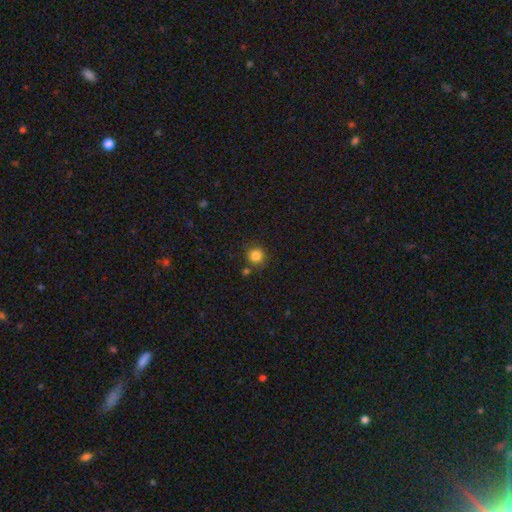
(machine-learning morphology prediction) smooth 84%, star or artifact 12%, featured or disk 4%. Down the decision tree: how rounded — round (93%); merging — none (82%).